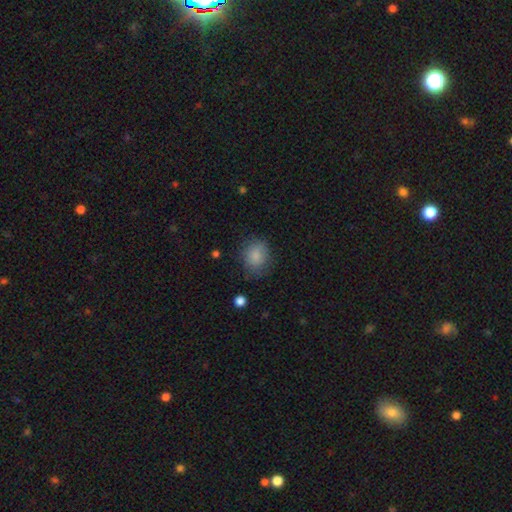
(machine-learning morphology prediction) A smooth galaxy with no disk features (84%) that is round (60%).

Vote fractions:
- Smooth or featured? smooth: 84% / star or artifact: 8% / featured or disk: 7%
- How rounded? round: 60% / in between: 39% / cigar-shaped: 1%
- Merging? none: 71% / minor disturbance: 21% / major disturbance: 6% / merger: 2%